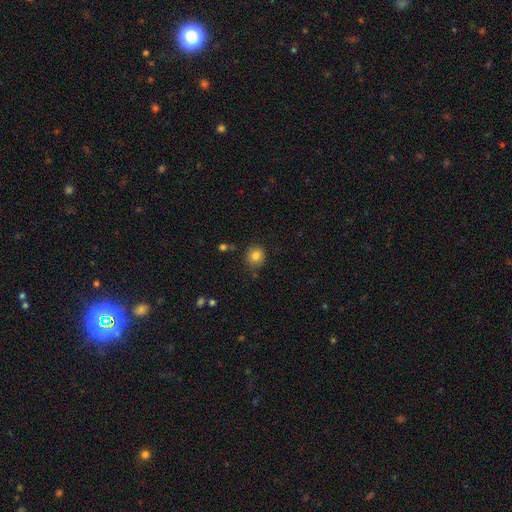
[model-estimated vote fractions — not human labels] This appears to be a smooth galaxy with no disk features (82%) that is round (84%). Merging: none (79%).